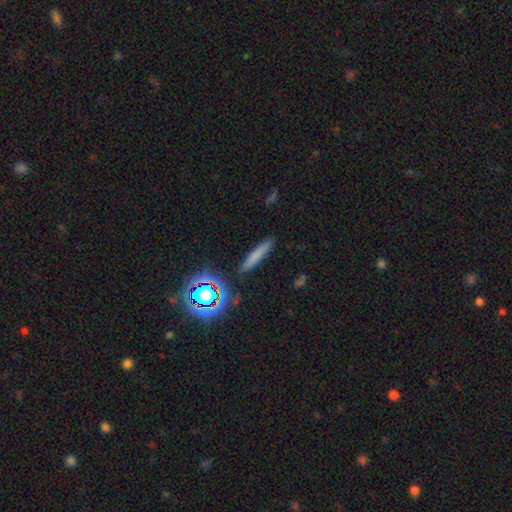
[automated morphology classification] A smooth galaxy with no disk features (67%) that is cigar-shaped (91%).

Vote fractions:
- Smooth or featured? smooth: 67% / featured or disk: 19% / star or artifact: 14%
- How rounded? cigar-shaped: 91% / in between: 7% / round: 3%
- Merging? none: 87% / minor disturbance: 8% / major disturbance: 2% / merger: 2%